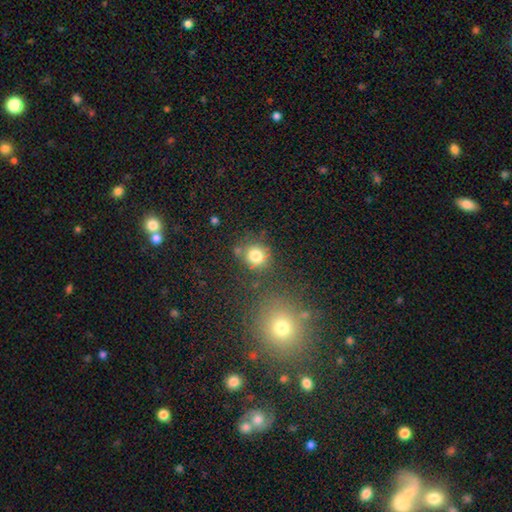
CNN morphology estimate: smooth-or-featured: smooth: 78% | star or artifact: 14% | featured or disk: 8%
  how-rounded: round: 84% | in between: 15% | cigar-shaped: 1%
  merging: none: 69% | minor disturbance: 13% | merger: 12% | major disturbance: 5%